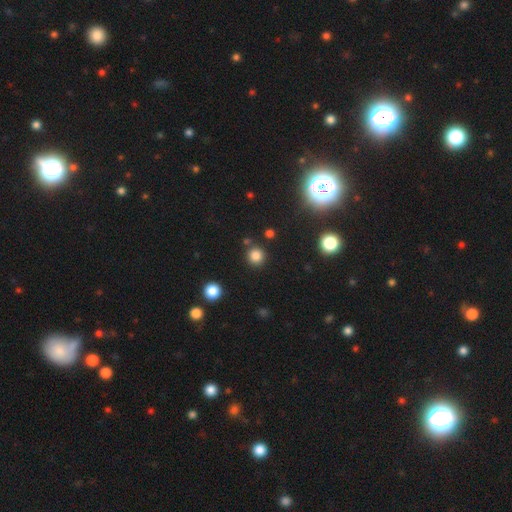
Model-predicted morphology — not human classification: A smooth galaxy with no disk features (80%) that is round (93%).

Vote fractions:
- Smooth or featured? smooth: 80% / star or artifact: 15% / featured or disk: 5%
- How rounded? round: 93% / in between: 6% / cigar-shaped: 1%
- Merging? none: 85% / minor disturbance: 7% / merger: 5% / major disturbance: 3%